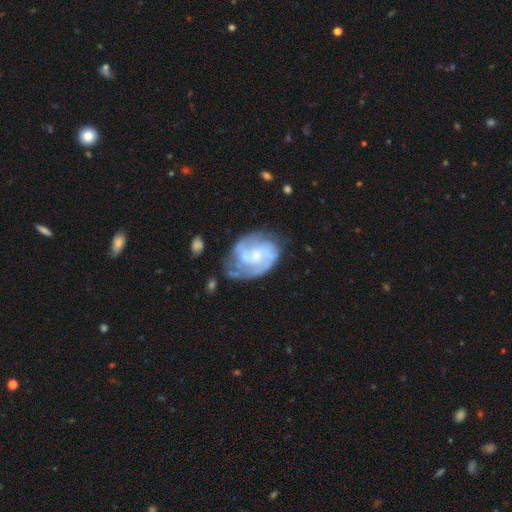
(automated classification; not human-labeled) This appears to be a featured or disk galaxy (82%) with no bar (61%), 2 (56%) tight (47%) spiral arms (91%) and a small central bulge (52%). Merging: none (55%).